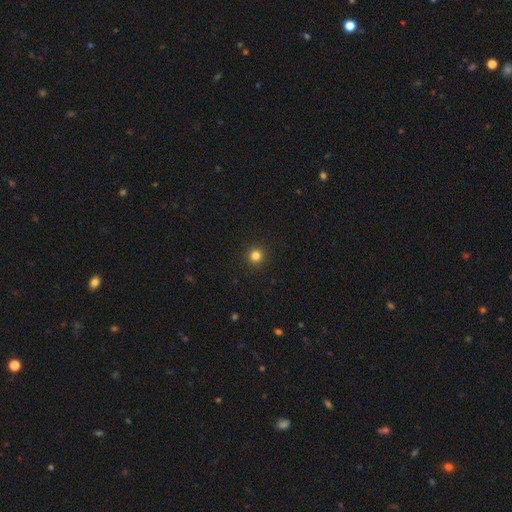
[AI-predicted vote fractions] Q: Smooth or featured?
A: smooth (82%); runner-up: star or artifact (14%)
Q: How rounded?
A: round (95%); runner-up: in between (4%)
Q: Merging?
A: none (93%); runner-up: minor disturbance (4%)